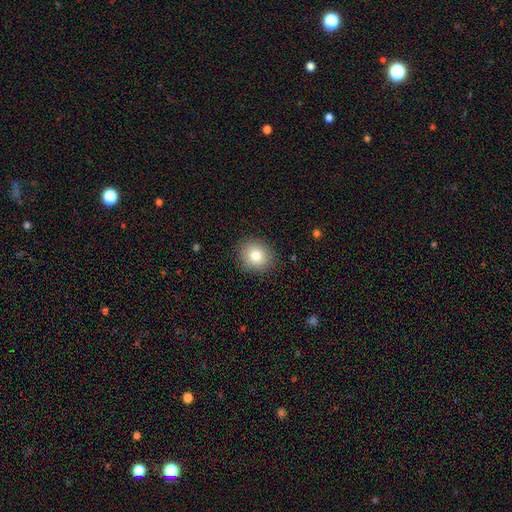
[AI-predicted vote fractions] The model was most divided on "how rounded": round: 77%, in between: 22%, cigar-shaped: 1%. More confident: merging — none (89%); smooth or featured — smooth (82%).